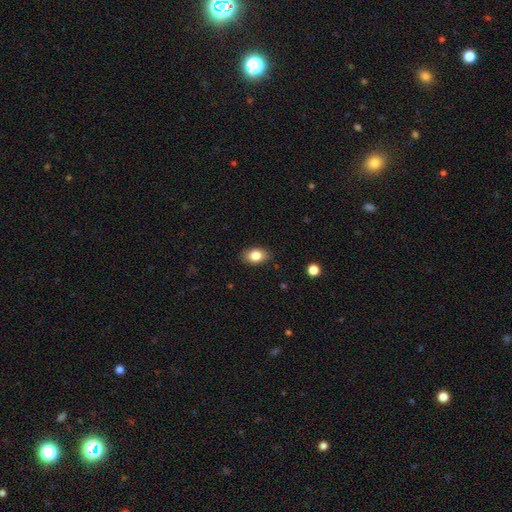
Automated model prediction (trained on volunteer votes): Overall: smooth (82%). How rounded: in between (85%). Merging: none (87%).